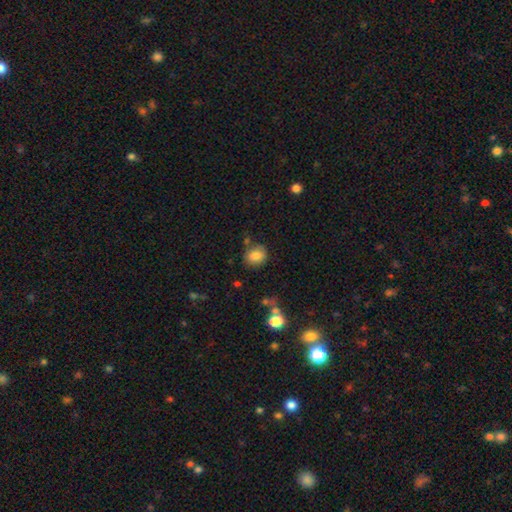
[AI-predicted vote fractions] This appears to be a smooth galaxy with no disk features (82%) that is round (68%). Merging: none (75%).